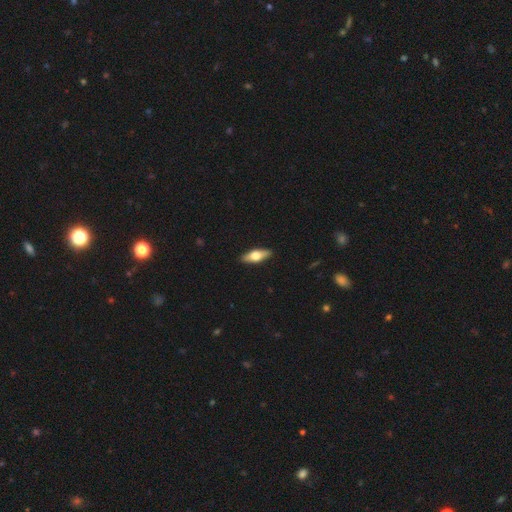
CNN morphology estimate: Overall: smooth (50%; featured or disk 44%). How rounded: in between (61%; cigar-shaped 35%). Merging: none (90%).